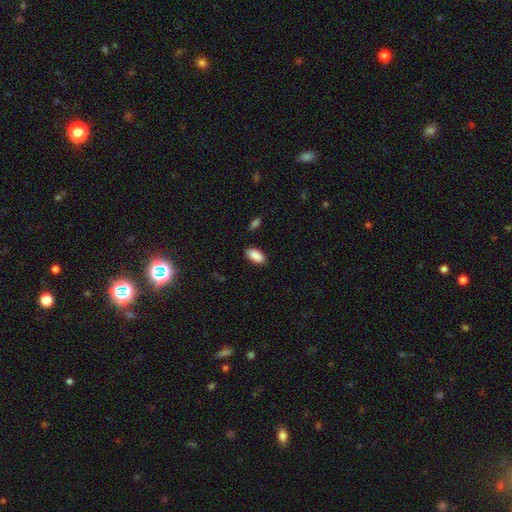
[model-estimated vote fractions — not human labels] Q: Smooth or featured?
A: smooth (90%); runner-up: star or artifact (7%)
Q: How rounded?
A: in between (92%); runner-up: cigar-shaped (6%)
Q: Merging?
A: none (85%); runner-up: minor disturbance (11%)